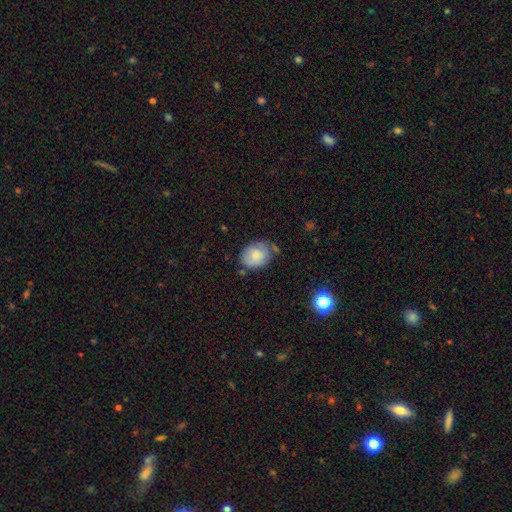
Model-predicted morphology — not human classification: smooth_or_featured: smooth (p=0.79) [alt: featured or disk p=0.13]
how_rounded: in between (p=0.58) [alt: round p=0.41]
merging: none (p=0.56) [alt: minor disturbance p=0.30]